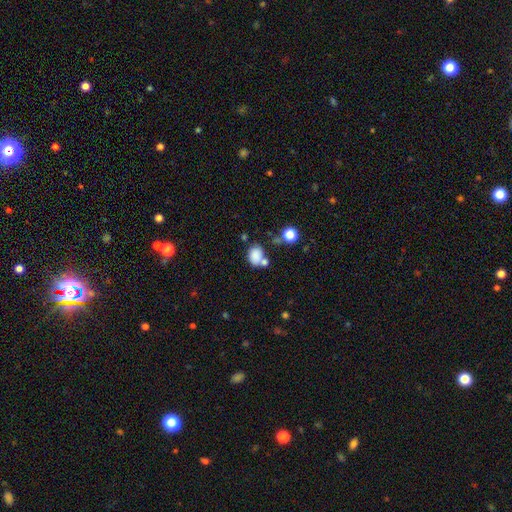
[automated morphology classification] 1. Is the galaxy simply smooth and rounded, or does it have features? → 82% smooth, 11% star or artifact, 8% featured or disk.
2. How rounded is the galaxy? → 64% in between, 35% round, 1% cigar-shaped.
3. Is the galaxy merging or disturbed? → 48% none, 30% merger, 16% minor disturbance, 7% major disturbance.